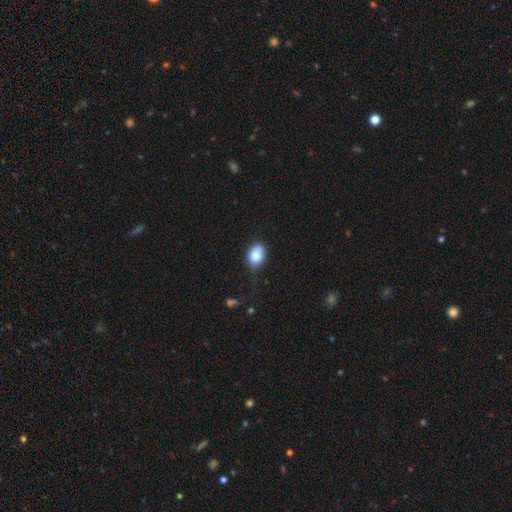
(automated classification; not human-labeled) Q: Smooth or featured?
A: smooth (80%); runner-up: featured or disk (10%)
Q: How rounded?
A: in between (61%); runner-up: round (37%)
Q: Merging?
A: none (53%); runner-up: minor disturbance (34%)